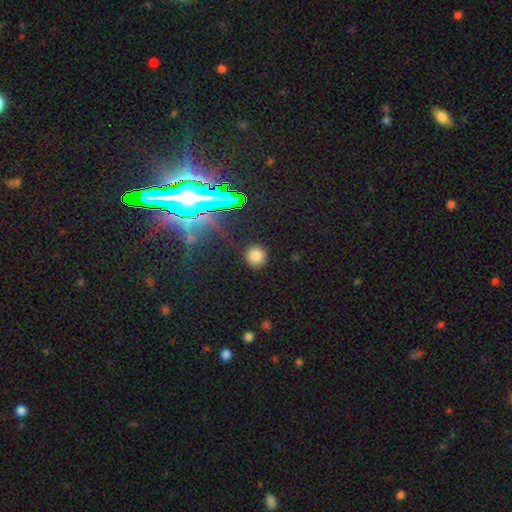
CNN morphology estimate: A smooth galaxy with no disk features (76%) that is round (92%).

Vote fractions:
- Smooth or featured? smooth: 76% / star or artifact: 19% / featured or disk: 6%
- How rounded? round: 92% / in between: 7% / cigar-shaped: 1%
- Merging? none: 89% / minor disturbance: 7% / major disturbance: 3% / merger: 2%